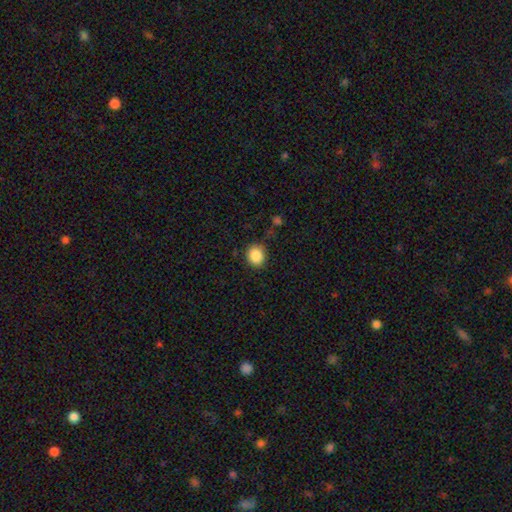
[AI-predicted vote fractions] This appears to be a smooth galaxy with no disk features (87%) that is round (73%). Merging: none (83%).